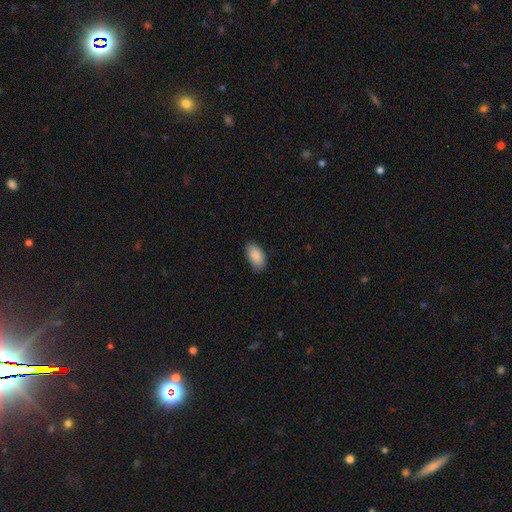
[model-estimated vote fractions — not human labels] Overall: smooth (89%). How rounded: in between (95%). Merging: none (82%).